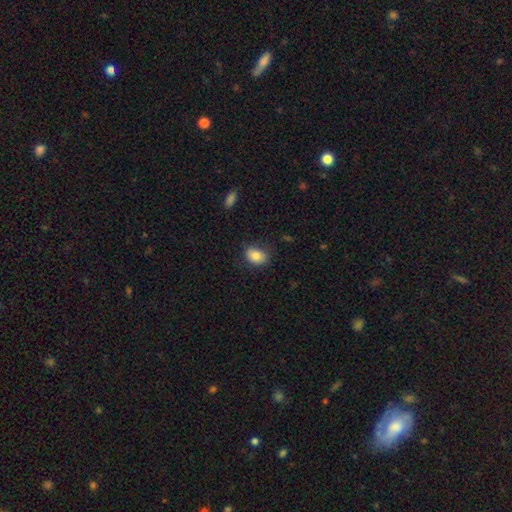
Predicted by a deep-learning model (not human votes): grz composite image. It shows a smooth galaxy with no disk features (82%) that is in between round and cigar-shaped (76%). Merging: none (77%).